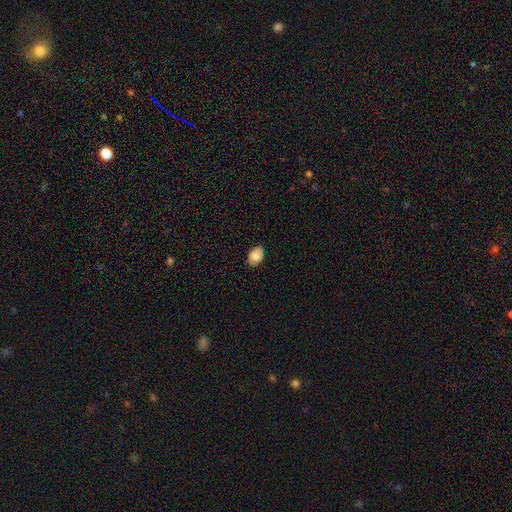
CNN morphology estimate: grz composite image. It shows a smooth galaxy with no disk features (82%) that is in between round and cigar-shaped (85%). Merging: none (86%).